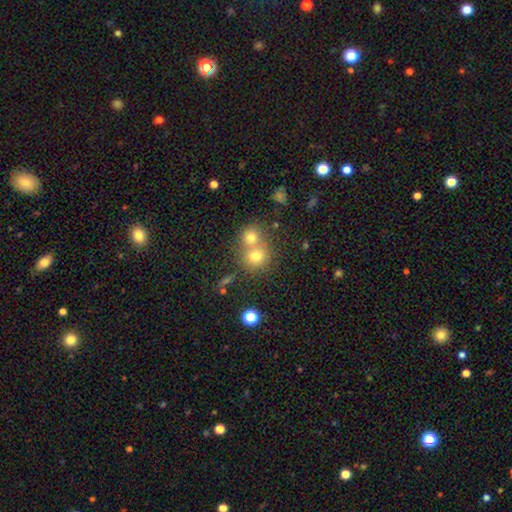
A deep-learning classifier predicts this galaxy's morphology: smooth 72%, star or artifact 15%, featured or disk 13%. Down the decision tree: how rounded — round (82%); merging — merger (51%).